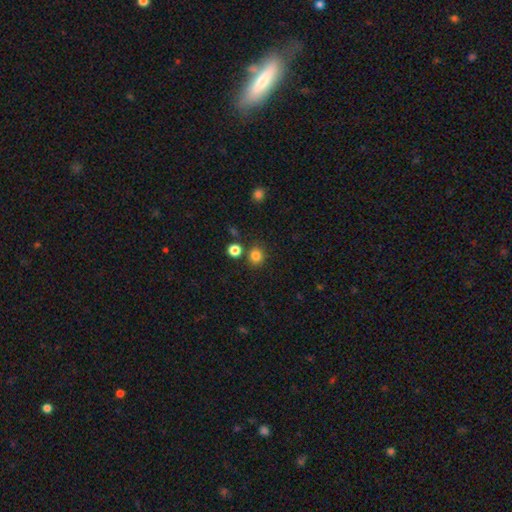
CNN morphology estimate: Smooth or featured? Predicted: smooth (p=0.83). How rounded? Predicted: round (p=0.83). Merging? Predicted: none (p=0.80).